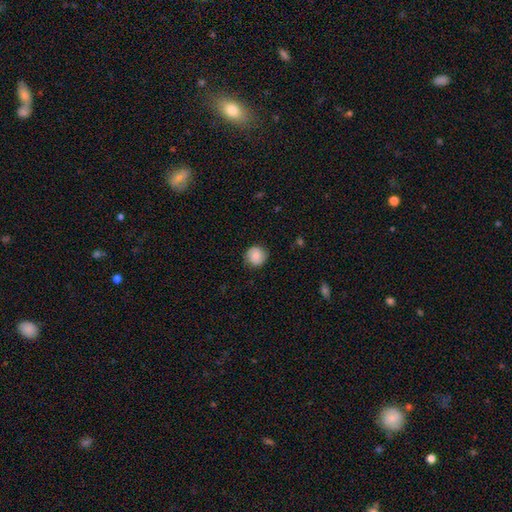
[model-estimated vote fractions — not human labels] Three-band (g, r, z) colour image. It shows a smooth galaxy with no disk features (80%) that is round (92%). Merging: none (85%).